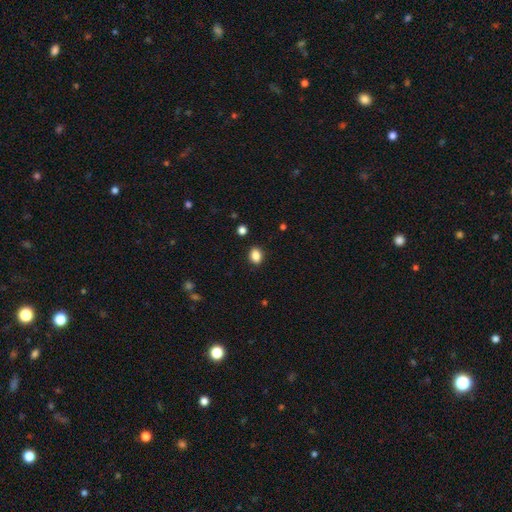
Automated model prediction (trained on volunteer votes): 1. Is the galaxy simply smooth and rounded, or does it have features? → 86% smooth, 10% star or artifact, 4% featured or disk.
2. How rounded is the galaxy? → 68% in between, 31% round, 1% cigar-shaped.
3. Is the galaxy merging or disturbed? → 88% none, 8% minor disturbance, 2% major disturbance, 1% merger.